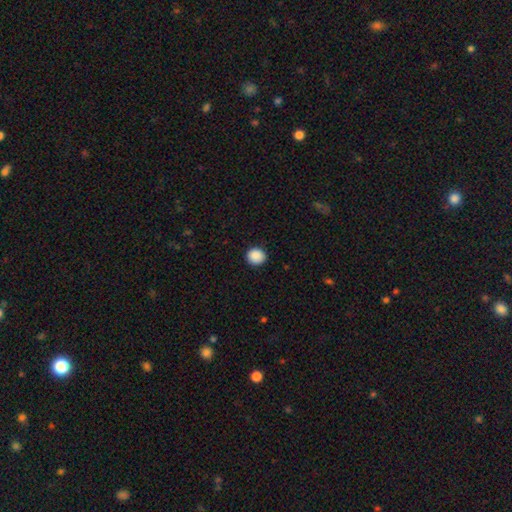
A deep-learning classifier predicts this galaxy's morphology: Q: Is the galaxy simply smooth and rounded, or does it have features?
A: smooth — 89%.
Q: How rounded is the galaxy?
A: round — 90%.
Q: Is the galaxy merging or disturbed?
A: none — 91%.